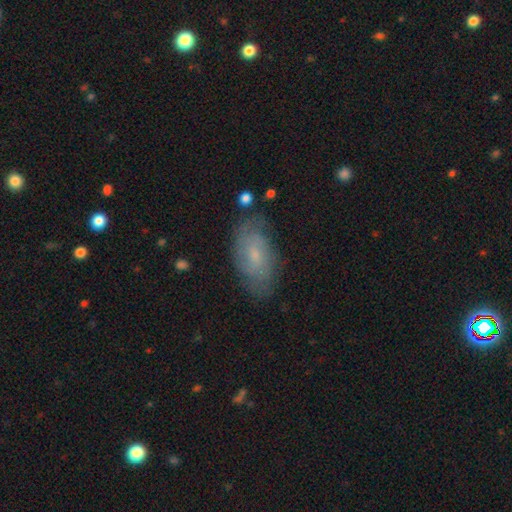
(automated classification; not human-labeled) A featured or disk galaxy (48%).

Vote fractions:
- Smooth or featured? featured or disk: 48% / smooth: 45% / star or artifact: 7%
- Merging? none: 71% / minor disturbance: 21% / major disturbance: 7% / merger: 2%